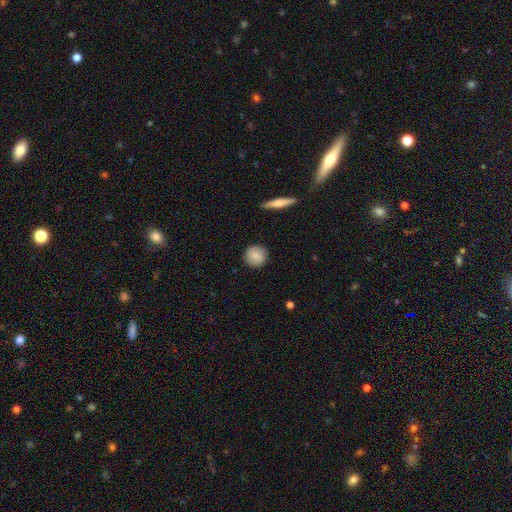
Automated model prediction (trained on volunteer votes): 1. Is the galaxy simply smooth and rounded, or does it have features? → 80% smooth, 13% featured or disk, 7% star or artifact.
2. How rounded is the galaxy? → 91% round, 8% in between, 2% cigar-shaped.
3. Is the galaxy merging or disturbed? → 90% none, 7% minor disturbance, 2% major disturbance, 1% merger.